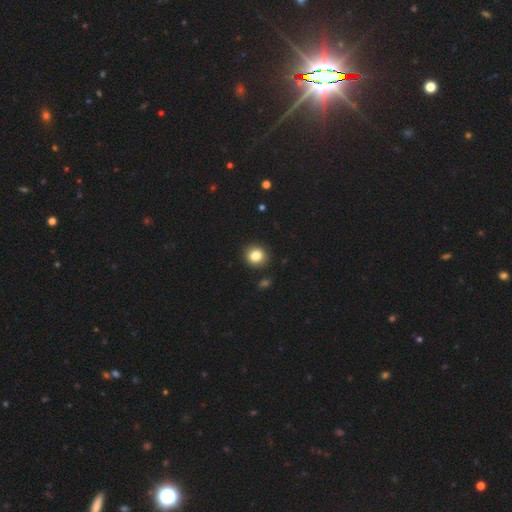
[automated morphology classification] The model was most divided on "how rounded": round: 85%, in between: 14%, cigar-shaped: 1%. More confident: merging — none (90%); smooth or featured — smooth (83%).